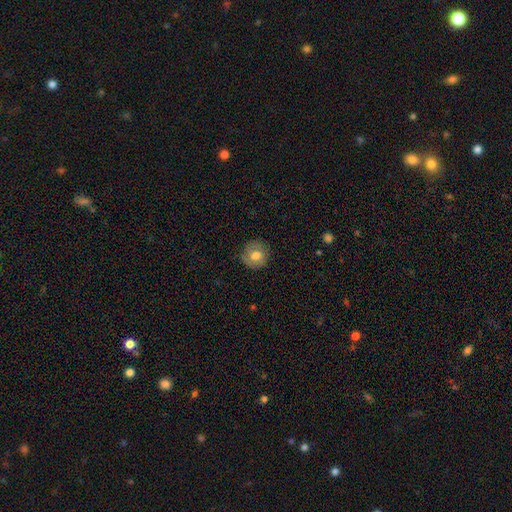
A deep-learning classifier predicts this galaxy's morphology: Smooth or featured: smooth — 70% (featured or disk — 22%)
How rounded: round — 91% (in between — 8%)
Merging: none — 83% (minor disturbance — 12%)